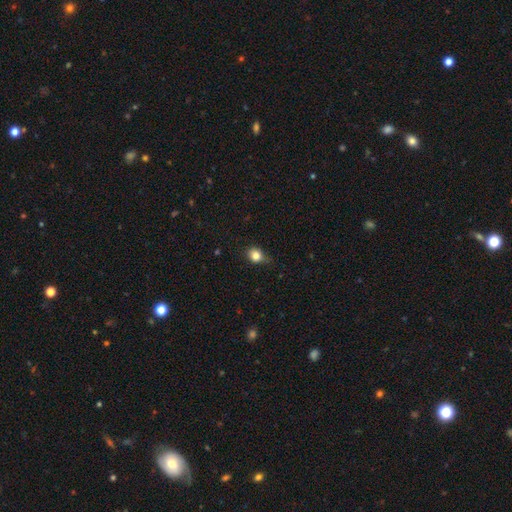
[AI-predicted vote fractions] This appears to be a smooth galaxy with no disk features (81%) that is round (69%). Merging: none (58%).